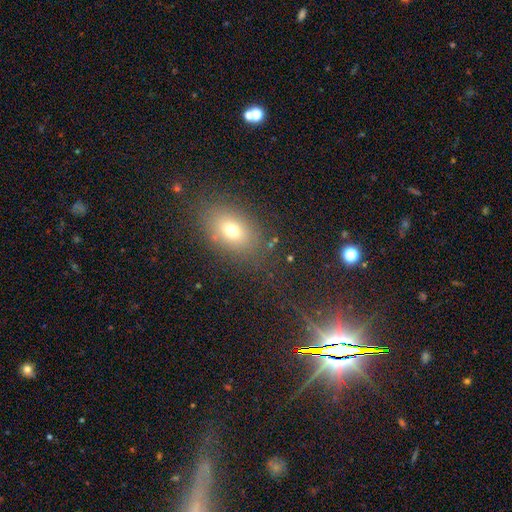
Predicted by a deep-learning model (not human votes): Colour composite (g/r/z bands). It shows a smooth galaxy with no disk features (49%). Merging: none (85%).